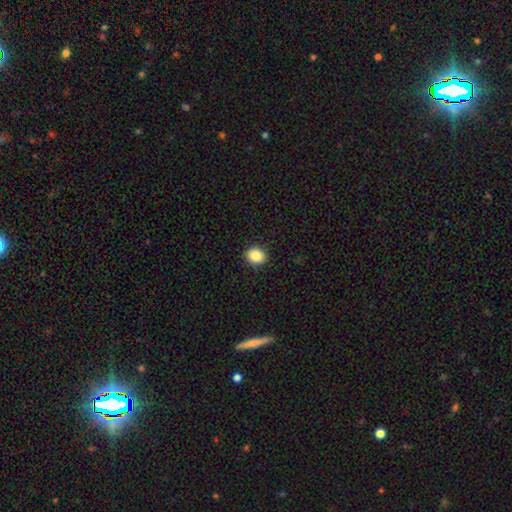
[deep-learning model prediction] Smooth or featured? Predicted: smooth (p=0.87). How rounded? Predicted: round (p=0.70). Merging? Predicted: none (p=0.91).